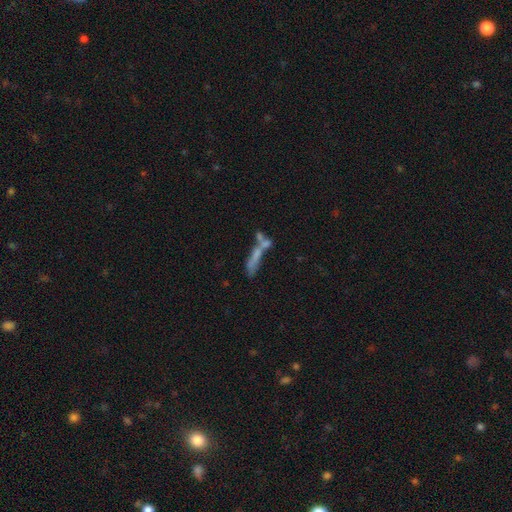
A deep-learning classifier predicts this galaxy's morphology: Smooth or featured? Predicted: smooth (p=0.47). Merging? Predicted: merger (p=0.48).